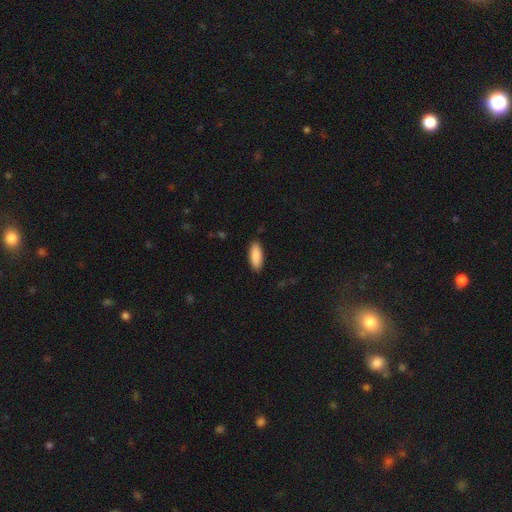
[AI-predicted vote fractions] A smooth galaxy with no disk features (90%) that is in between round and cigar-shaped (72%). Merging: none (89%).